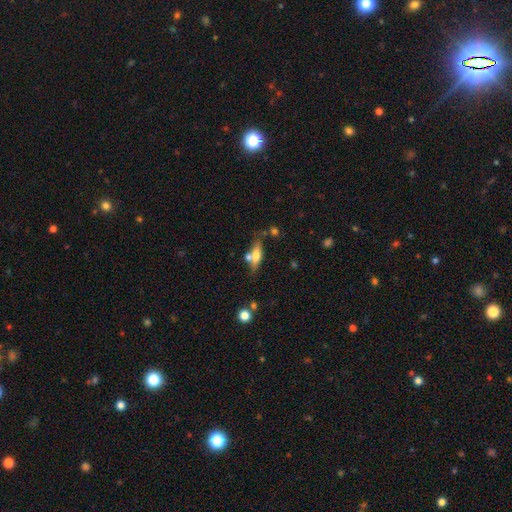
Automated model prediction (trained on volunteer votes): Morphology: type=smooth (52%); roundness=in between (51%); merging=none (59%).